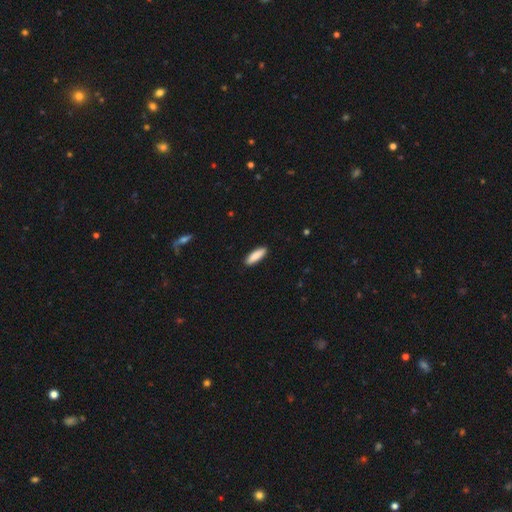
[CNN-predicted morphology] This is clearly a smooth galaxy (88%). How rounded: possibly cigar-shaped (51%). Merging: clearly none (90%).